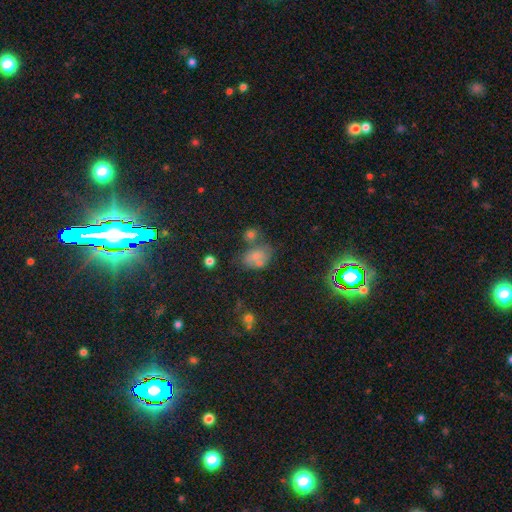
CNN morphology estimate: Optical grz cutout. It shows a star or artifact, not a galaxy (44%).